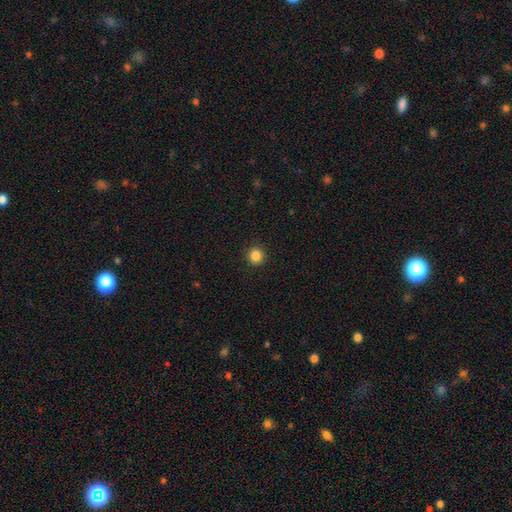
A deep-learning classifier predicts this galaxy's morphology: Smooth or featured?
  - smooth: 85% *
  - star or artifact: 11%
  - featured or disk: 3%
How rounded?
  - round: 94% *
  - in between: 5%
  - cigar-shaped: 1%
Merging?
  - none: 92% *
  - minor disturbance: 5%
  - major disturbance: 2%
  - merger: 1%